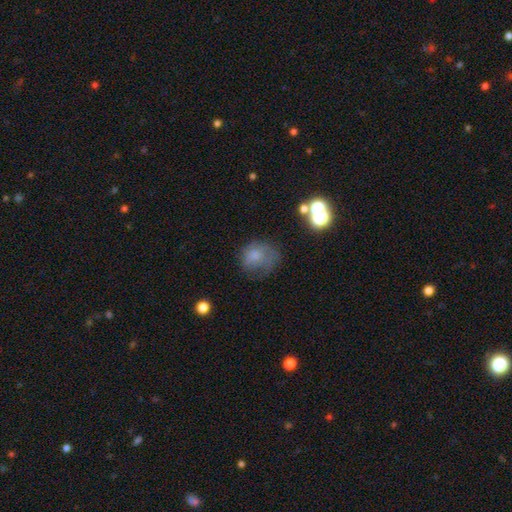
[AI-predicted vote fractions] smooth_or_featured: smooth (p=0.62) [alt: featured or disk p=0.26]
how_rounded: round (p=0.67) [alt: in between p=0.32]
merging: none (p=0.41) [alt: major disturbance p=0.29]